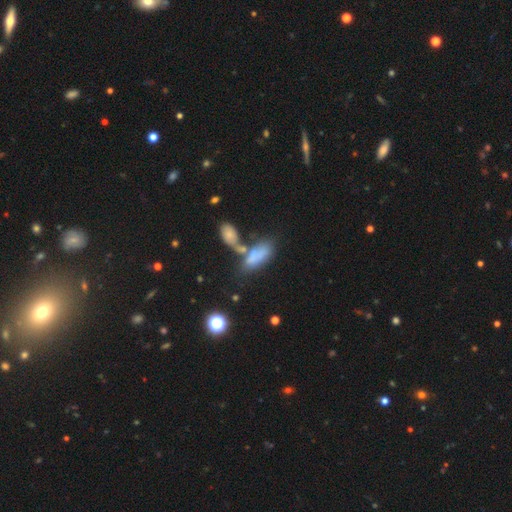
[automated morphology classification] This is likely a smooth galaxy (70%). How rounded: likely in between (78%). Merging: marginally merger (44%).